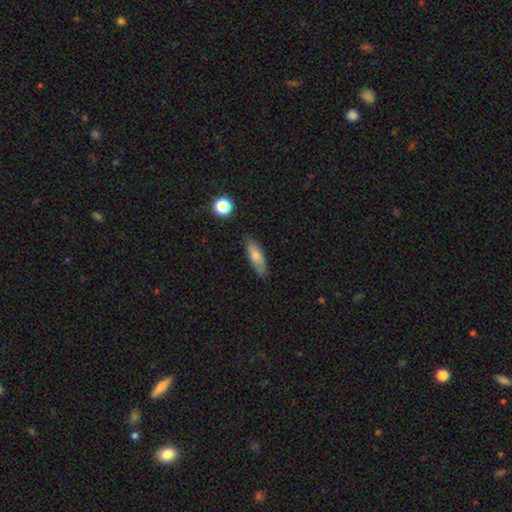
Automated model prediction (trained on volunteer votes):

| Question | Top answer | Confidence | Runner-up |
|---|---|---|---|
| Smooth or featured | smooth | 77% | featured or disk (15%) |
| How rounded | in between | 55% | cigar-shaped (42%) |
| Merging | none | 81% | minor disturbance (14%) |